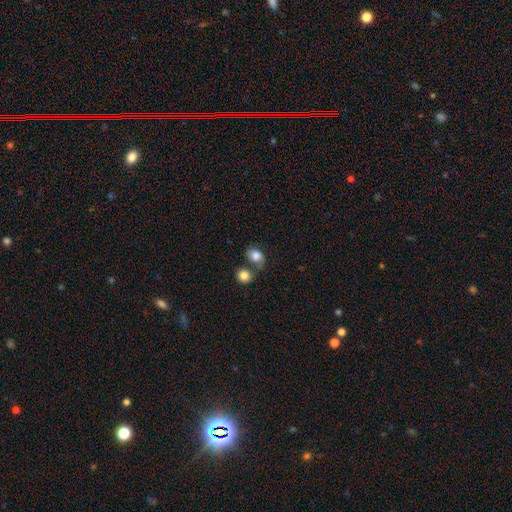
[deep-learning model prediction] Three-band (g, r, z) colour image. It shows a smooth galaxy with no disk features (79%) that is round (54%). Merging: none (40%).